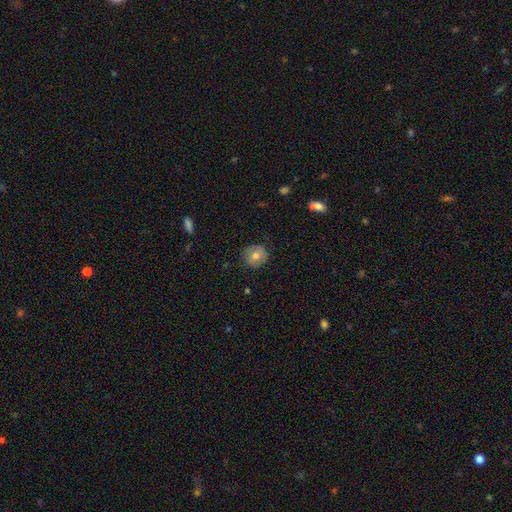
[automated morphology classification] Smooth or featured? smooth (66%)
How rounded? round (88%)
Merging? none (82%)